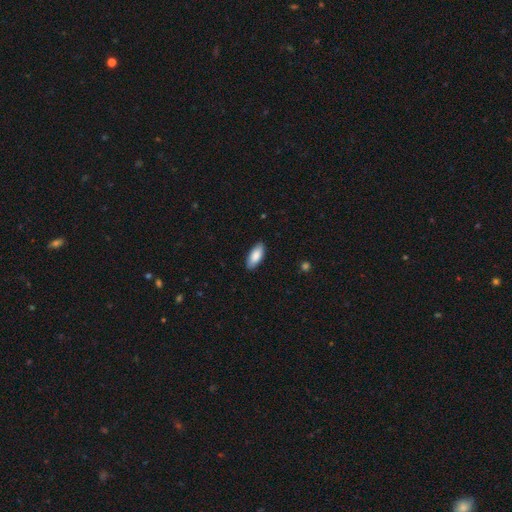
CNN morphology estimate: This is clearly a smooth galaxy (87%). How rounded: clearly in between (86%). Merging: clearly none (88%).